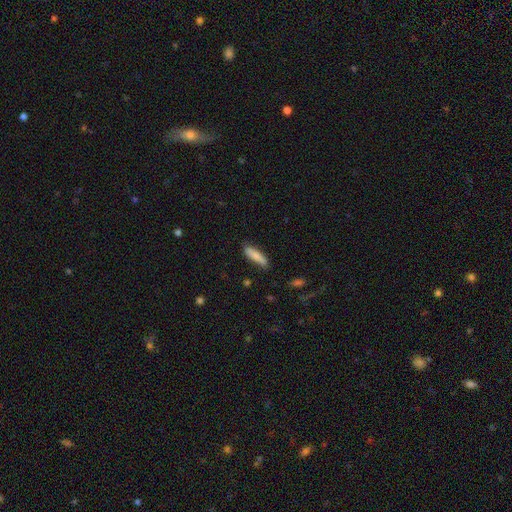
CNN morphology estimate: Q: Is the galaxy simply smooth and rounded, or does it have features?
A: smooth — 80%.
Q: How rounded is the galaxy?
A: cigar-shaped — 73%.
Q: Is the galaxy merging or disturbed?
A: none — 77%.